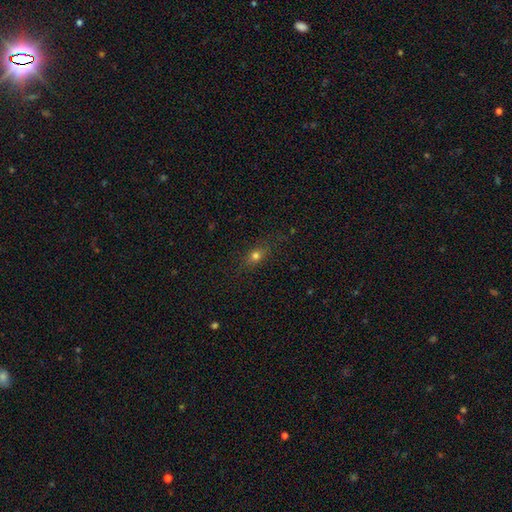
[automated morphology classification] Overall: smooth (72%). How rounded: in between (63%; round 28%). Merging: none (81%).